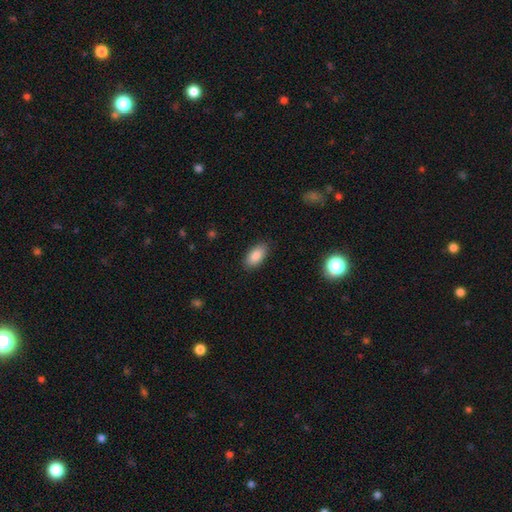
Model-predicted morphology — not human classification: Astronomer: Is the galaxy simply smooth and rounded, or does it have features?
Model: smooth — 87%.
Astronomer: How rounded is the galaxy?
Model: in between — 92%.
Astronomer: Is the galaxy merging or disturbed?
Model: none — 86%.